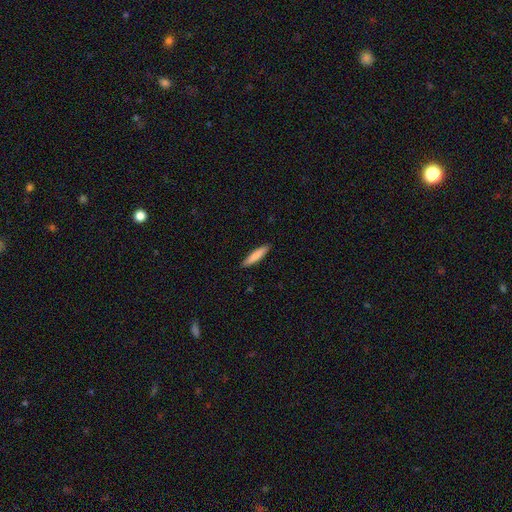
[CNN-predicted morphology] This appears to be a smooth galaxy with no disk features (83%) that is cigar-shaped (85%). Merging: none (89%).